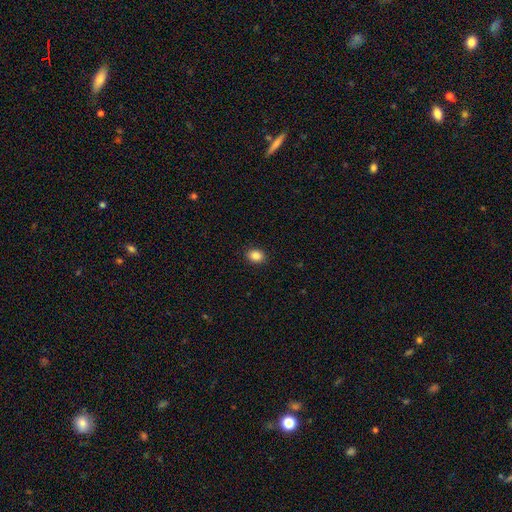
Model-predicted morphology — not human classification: Smooth or featured: smooth — 87% (star or artifact — 9%)
How rounded: in between — 62% (round — 37%)
Merging: none — 91% (minor disturbance — 7%)